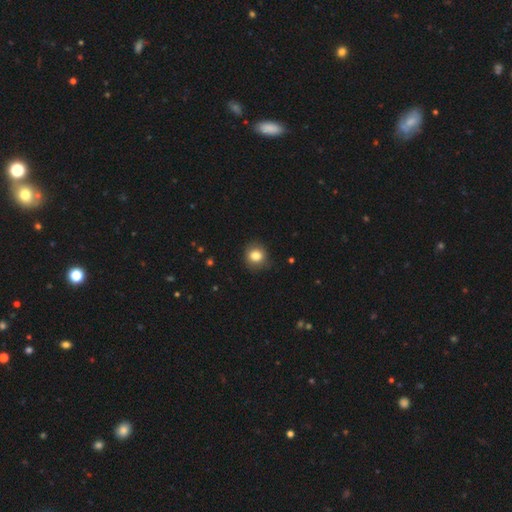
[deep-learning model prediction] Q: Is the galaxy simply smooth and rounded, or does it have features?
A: smooth — 82%.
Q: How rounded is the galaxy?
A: round — 85%.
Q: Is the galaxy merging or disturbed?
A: none — 84%.